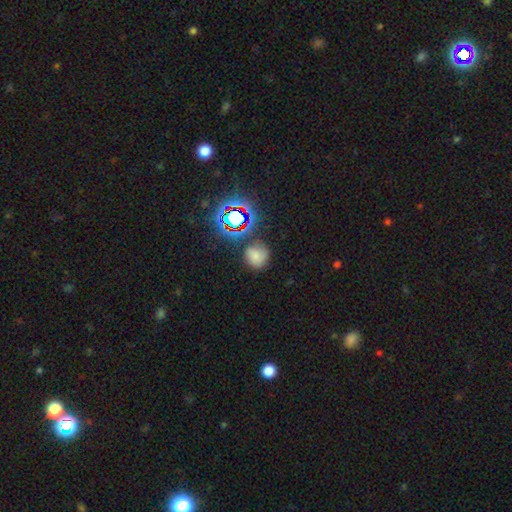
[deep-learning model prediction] The model was most divided on "smooth or featured": smooth: 65%, star or artifact: 23%, featured or disk: 12%. More confident: how rounded — round (81%); merging — none (68%).